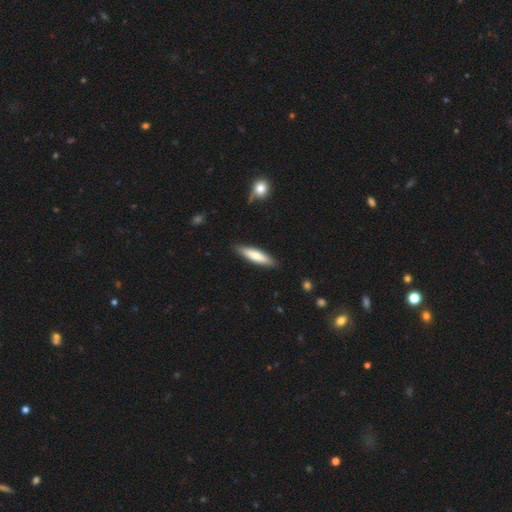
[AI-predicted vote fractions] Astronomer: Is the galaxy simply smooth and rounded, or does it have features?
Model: smooth — 72%.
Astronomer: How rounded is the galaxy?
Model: cigar-shaped — 73%.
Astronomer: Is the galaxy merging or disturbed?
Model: none — 88%.